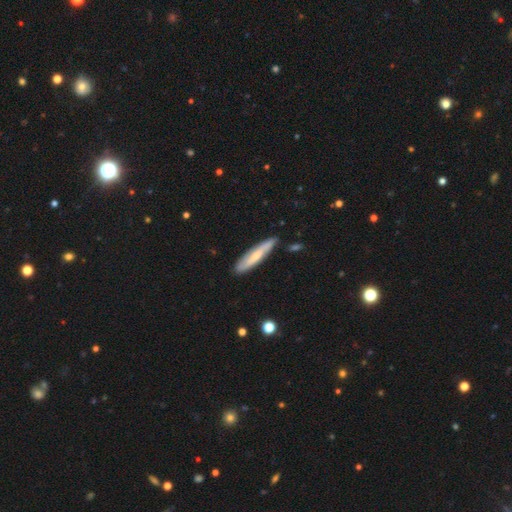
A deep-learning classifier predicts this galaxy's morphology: The model was most divided on "smooth or featured": smooth: 50%, featured or disk: 44%, star or artifact: 6%. More confident: how rounded — cigar-shaped (85%); merging — none (81%).